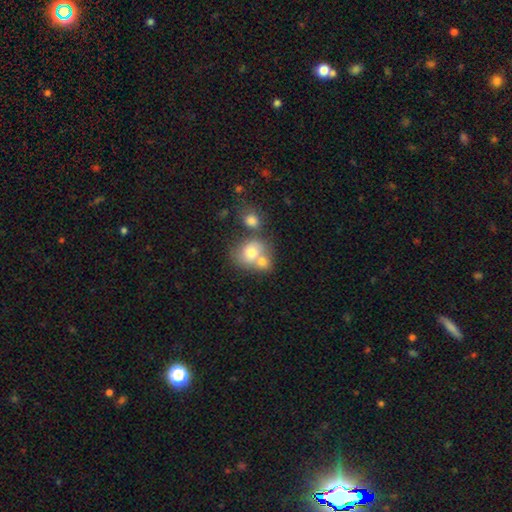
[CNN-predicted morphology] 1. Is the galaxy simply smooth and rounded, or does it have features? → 69% smooth, 20% featured or disk, 11% star or artifact.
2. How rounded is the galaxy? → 64% round, 35% in between, 1% cigar-shaped.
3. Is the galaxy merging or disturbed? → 57% merger, 30% none, 9% minor disturbance, 4% major disturbance.